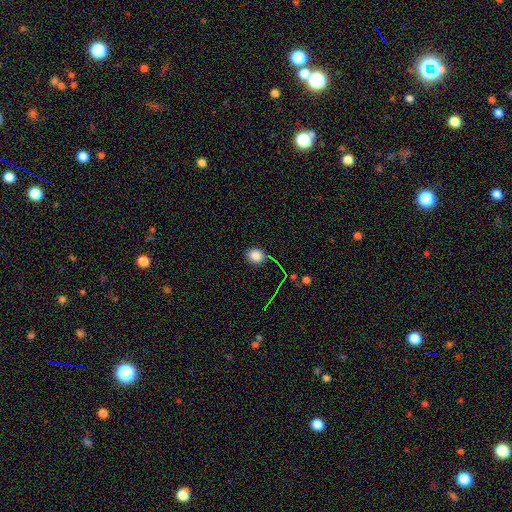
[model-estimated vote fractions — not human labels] Morphology: type=smooth (80%); roundness=round (65%); merging=none (82%).